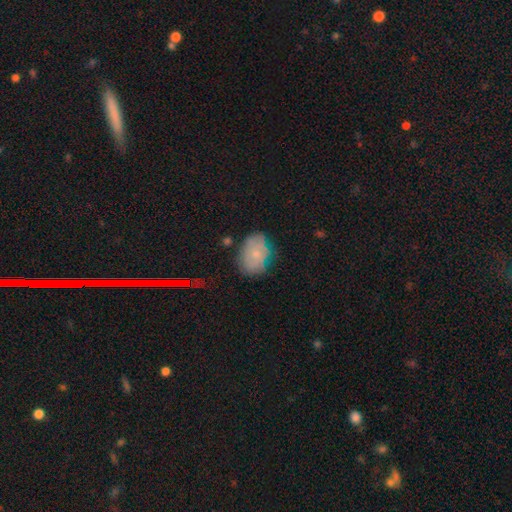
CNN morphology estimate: Q: Smooth or featured?
A: smooth (65%); runner-up: featured or disk (27%)
Q: How rounded?
A: in between (77%); runner-up: round (21%)
Q: Merging?
A: none (64%); runner-up: minor disturbance (25%)